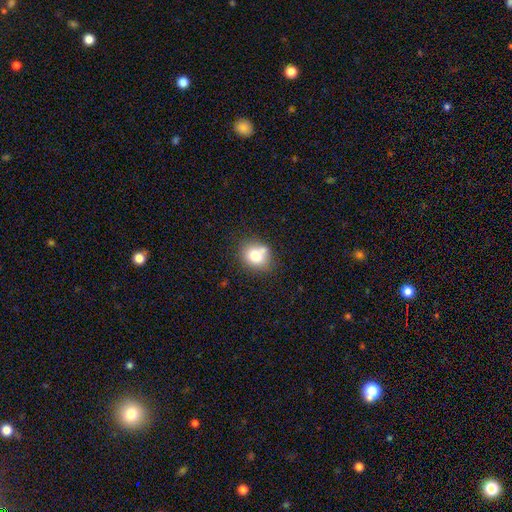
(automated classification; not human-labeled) The model was most divided on "how rounded": round: 66%, in between: 33%, cigar-shaped: 1%. More confident: smooth or featured — smooth (75%); merging — none (59%).